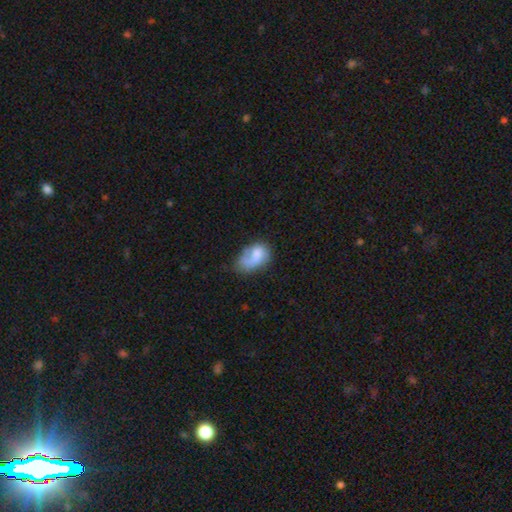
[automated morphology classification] Q: Smooth or featured?
A: smooth (56%); runner-up: featured or disk (36%)
Q: How rounded?
A: in between (83%); runner-up: round (16%)
Q: Merging?
A: major disturbance (33%); runner-up: none (31%)